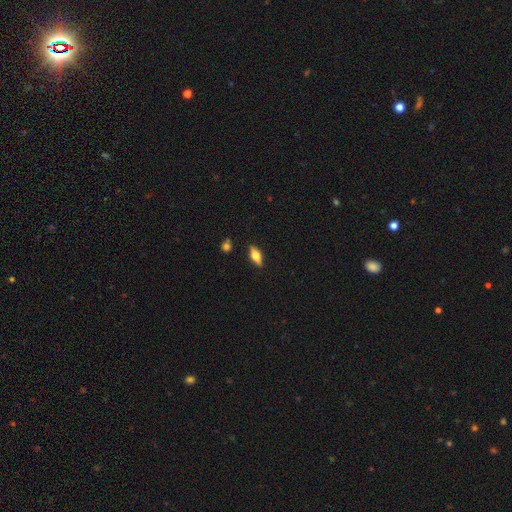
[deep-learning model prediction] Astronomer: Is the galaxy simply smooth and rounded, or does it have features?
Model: smooth — 55% (runner-up: featured or disk, 37%).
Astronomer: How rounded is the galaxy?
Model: in between — 75%.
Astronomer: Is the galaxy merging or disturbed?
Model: none — 87%.